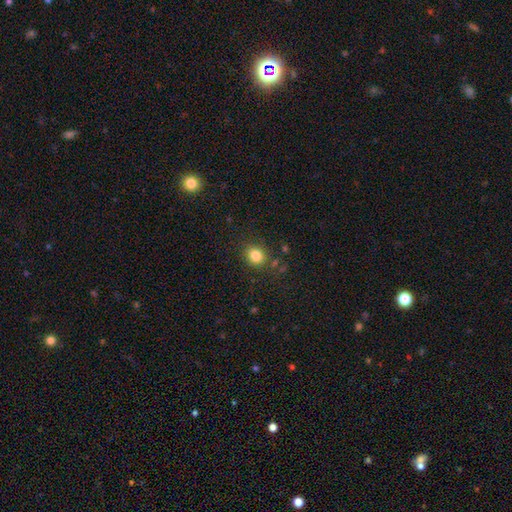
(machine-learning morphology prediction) smooth 83%, star or artifact 12%, featured or disk 5%. Down the decision tree: how rounded — round (77%); merging — none (83%).